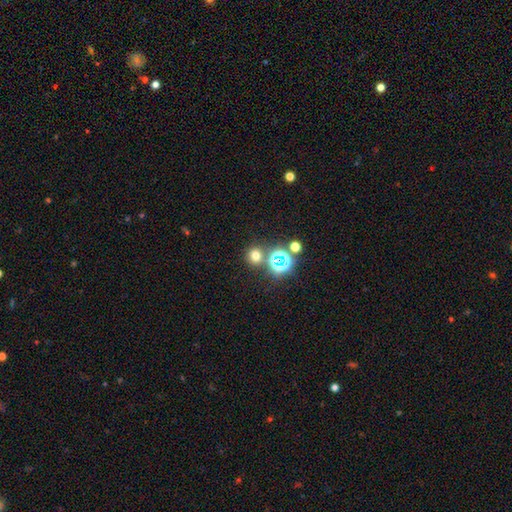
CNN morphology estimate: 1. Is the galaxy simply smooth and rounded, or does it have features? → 64% smooth, 28% star or artifact, 8% featured or disk.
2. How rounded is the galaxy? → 87% round, 12% in between, 1% cigar-shaped.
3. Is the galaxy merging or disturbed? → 75% none, 14% merger, 8% minor disturbance, 3% major disturbance.